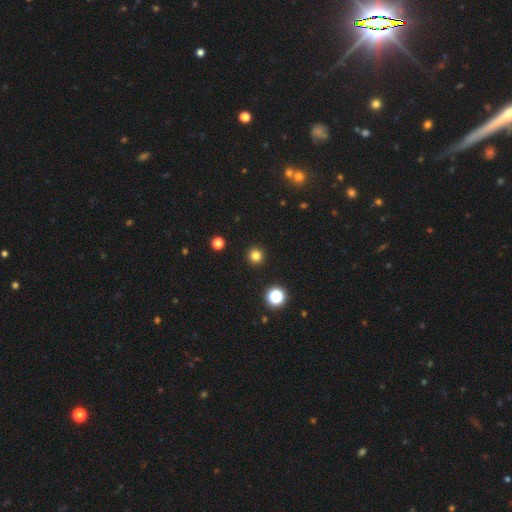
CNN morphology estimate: smooth 80%, star or artifact 15%, featured or disk 4%. Down the decision tree: how rounded — round (95%); merging — none (93%).